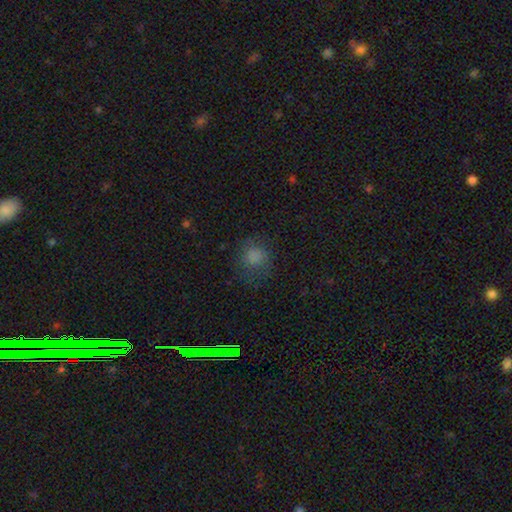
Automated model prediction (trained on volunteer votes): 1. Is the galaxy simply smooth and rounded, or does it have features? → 79% smooth, 13% star or artifact, 8% featured or disk.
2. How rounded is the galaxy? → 85% round, 14% in between, 1% cigar-shaped.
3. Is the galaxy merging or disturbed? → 73% none, 16% minor disturbance, 9% major disturbance, 1% merger.